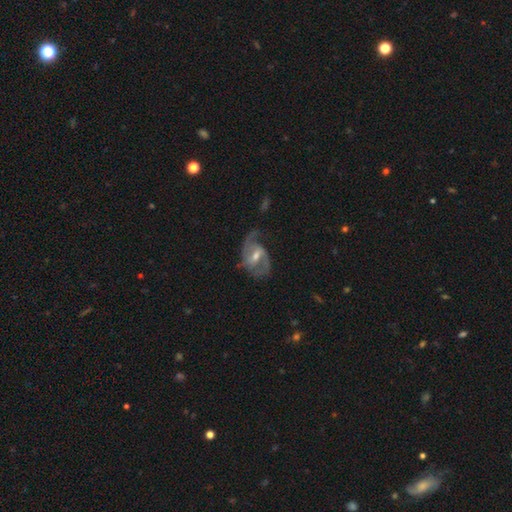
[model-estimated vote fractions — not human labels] Smooth or featured? featured or disk (83%)
Edge-on disk? no (96%)
Bar? weak (53%)
Spiral arms? yes (93%)
Spiral winding? medium (48%)
Spiral arm count? 2 (79%)
Bulge size? moderate (61%)
Merging? none (55%)